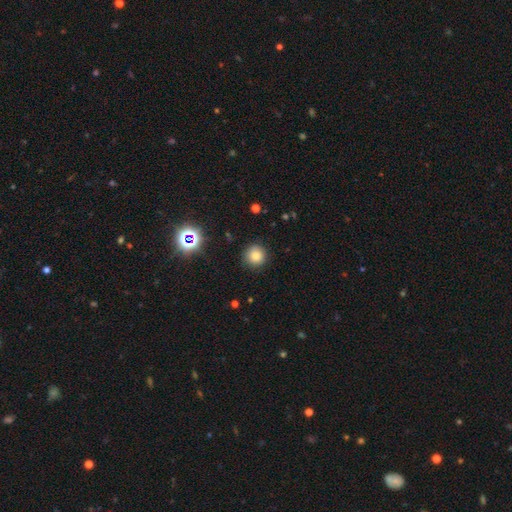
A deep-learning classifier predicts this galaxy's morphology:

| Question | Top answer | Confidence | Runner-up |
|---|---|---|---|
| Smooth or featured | smooth | 79% | star or artifact (15%) |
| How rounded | round | 94% | in between (5%) |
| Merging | none | 88% | minor disturbance (8%) |